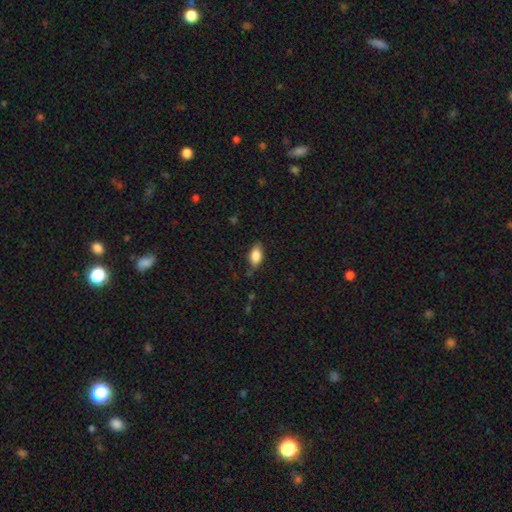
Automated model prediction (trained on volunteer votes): smooth 87%, star or artifact 7%, featured or disk 6%. Down the decision tree: how rounded — in between (91%); merging — none (76%).